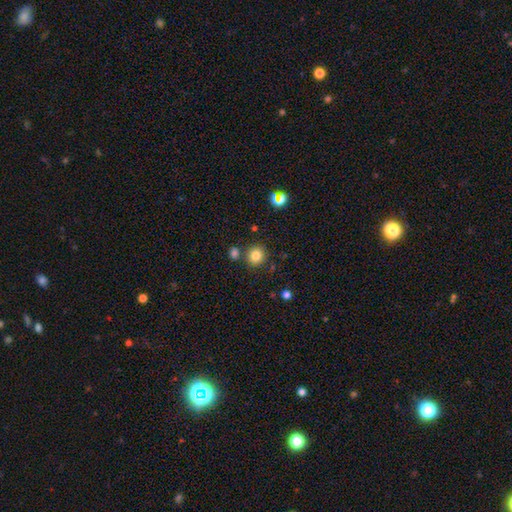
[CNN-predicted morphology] smooth-or-featured: smooth: 81% | star or artifact: 13% | featured or disk: 6%
  how-rounded: round: 91% | in between: 8% | cigar-shaped: 1%
  merging: none: 81% | merger: 9% | minor disturbance: 8% | major disturbance: 3%